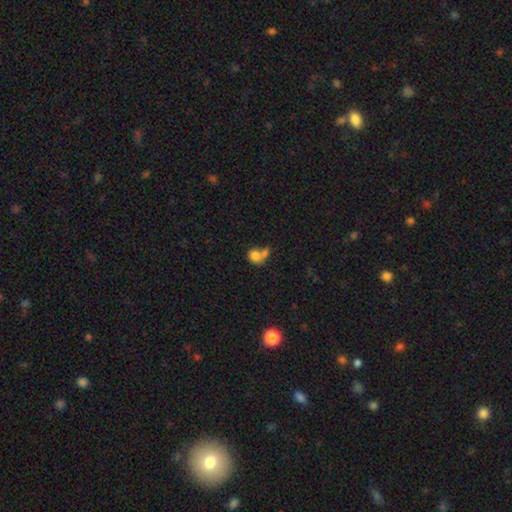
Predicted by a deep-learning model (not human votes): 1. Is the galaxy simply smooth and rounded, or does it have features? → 78% smooth, 12% featured or disk, 10% star or artifact.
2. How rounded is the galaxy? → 52% round, 47% in between, 1% cigar-shaped.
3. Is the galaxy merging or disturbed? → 58% merger, 27% none, 9% minor disturbance, 7% major disturbance.